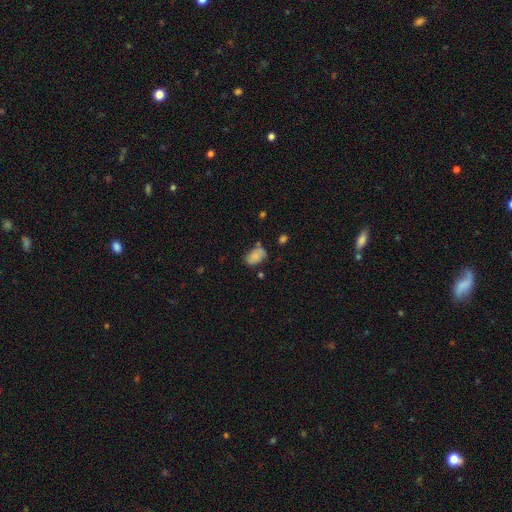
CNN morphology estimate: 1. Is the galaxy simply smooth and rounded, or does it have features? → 76% smooth, 15% featured or disk, 9% star or artifact.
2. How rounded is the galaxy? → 89% in between, 10% round, 1% cigar-shaped.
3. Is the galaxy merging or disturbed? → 54% none, 28% minor disturbance, 10% merger, 8% major disturbance.